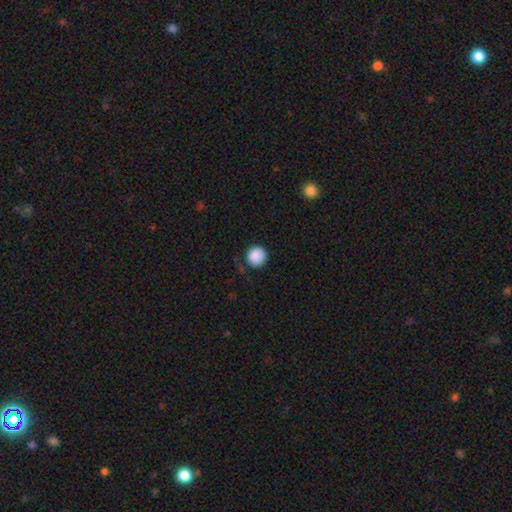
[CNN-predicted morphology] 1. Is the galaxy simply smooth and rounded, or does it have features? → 89% smooth, 8% star or artifact, 3% featured or disk.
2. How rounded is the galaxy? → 94% round, 5% in between, 1% cigar-shaped.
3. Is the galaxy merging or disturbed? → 83% none, 12% minor disturbance, 3% major disturbance, 1% merger.